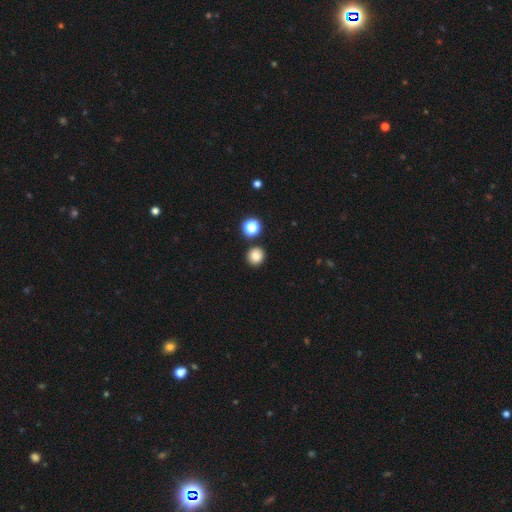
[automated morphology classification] A smooth galaxy with no disk features (82%) that is round (88%).

Vote fractions:
- Smooth or featured? smooth: 82% / star or artifact: 13% / featured or disk: 5%
- How rounded? round: 88% / in between: 11% / cigar-shaped: 1%
- Merging? none: 85% / minor disturbance: 7% / merger: 5% / major disturbance: 2%